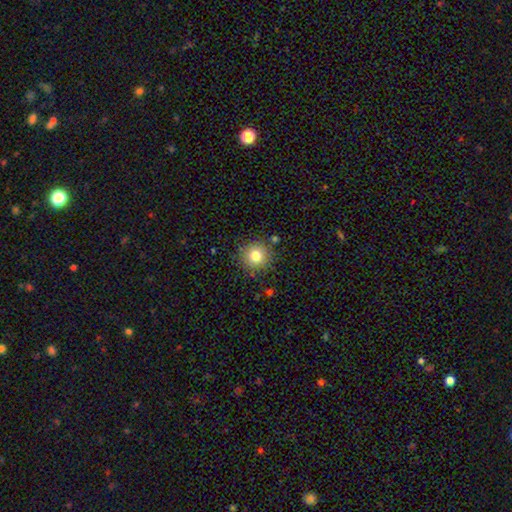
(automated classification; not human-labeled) smooth 79%, star or artifact 12%, featured or disk 9%. Down the decision tree: how rounded — round (93%); merging — none (86%).